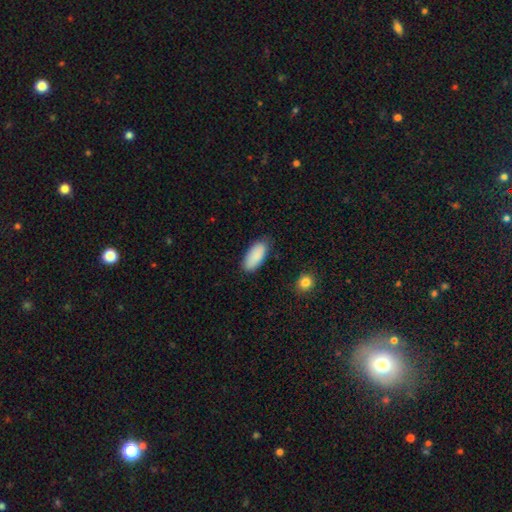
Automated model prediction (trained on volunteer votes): smooth 89%, star or artifact 6%, featured or disk 5%. Down the decision tree: how rounded — in between (88%); merging — none (80%).